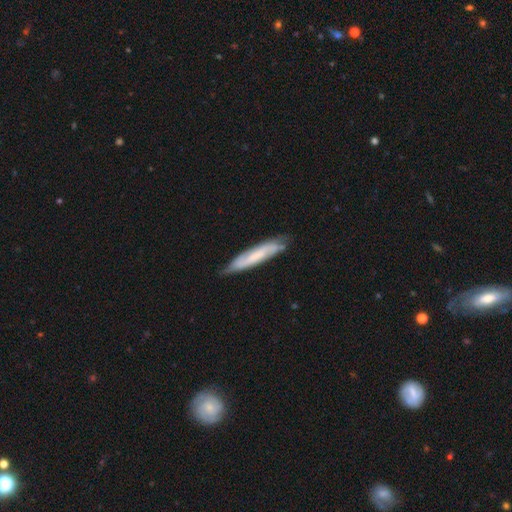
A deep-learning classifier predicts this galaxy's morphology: A smooth galaxy with no disk features (48%). Merging: none (73%).